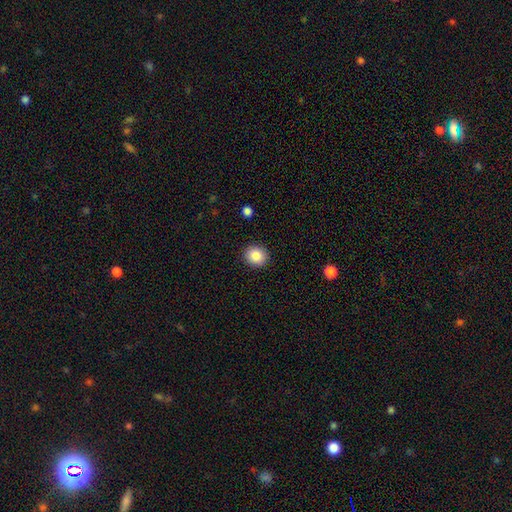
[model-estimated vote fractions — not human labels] smooth-or-featured: smooth: 86% | star or artifact: 9% | featured or disk: 5%
  how-rounded: round: 79% | in between: 20% | cigar-shaped: 1%
  merging: none: 91% | minor disturbance: 6% | major disturbance: 2% | merger: 1%